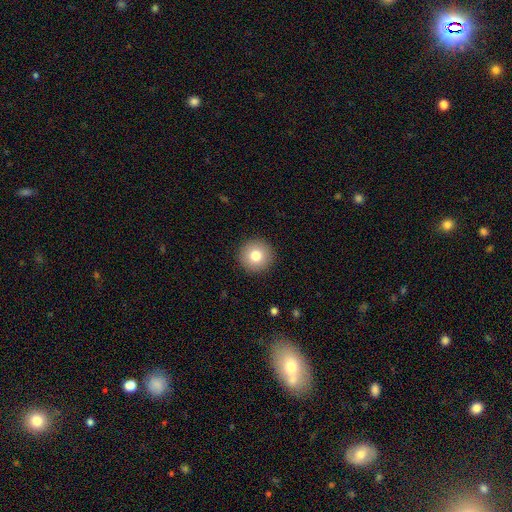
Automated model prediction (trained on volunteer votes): Smooth or featured? Predicted: smooth (p=0.79). How rounded? Predicted: round (p=0.96). Merging? Predicted: none (p=0.93).